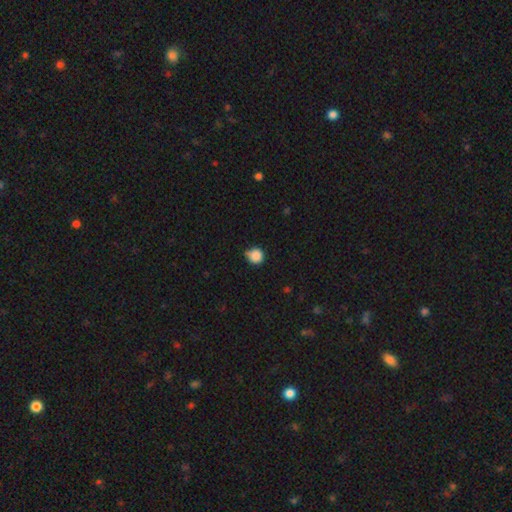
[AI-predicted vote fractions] Overall: smooth (86%). How rounded: round (88%). Merging: none (56%; minor disturbance 35%).